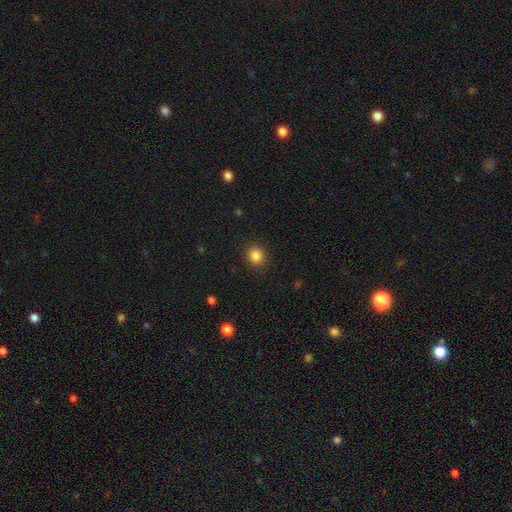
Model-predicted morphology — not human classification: Smooth or featured?
  - smooth: 85% *
  - star or artifact: 11%
  - featured or disk: 4%
How rounded?
  - round: 77% *
  - in between: 22%
  - cigar-shaped: 1%
Merging?
  - none: 89% *
  - minor disturbance: 7%
  - major disturbance: 2%
  - merger: 1%